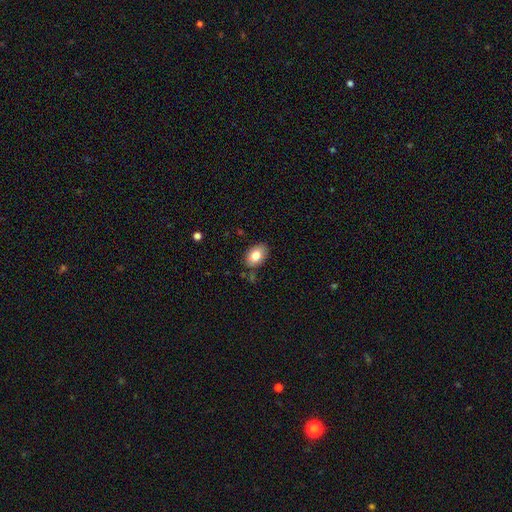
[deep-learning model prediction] smooth 81%, featured or disk 11%, star or artifact 8%. Down the decision tree: how rounded — in between (86%); merging — none (80%).